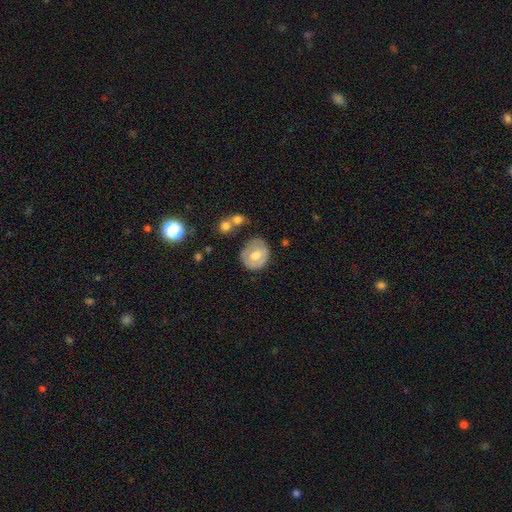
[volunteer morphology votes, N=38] Overall: smooth (50%; featured or disk 45%). How rounded: round (79%). Merging: none (58%; minor disturbance 31%).